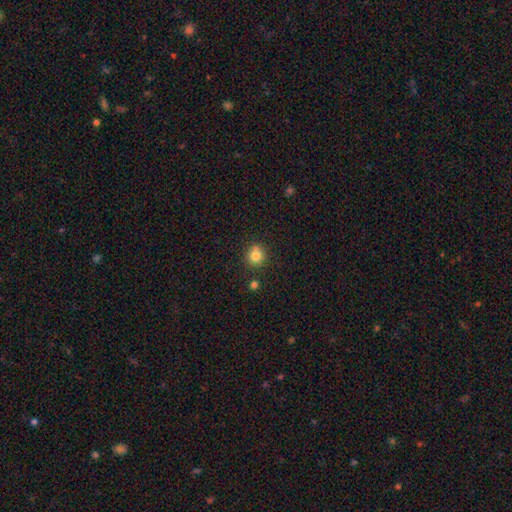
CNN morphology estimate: Smooth or featured: smooth — 80% (star or artifact — 12%)
How rounded: round — 87% (in between — 12%)
Merging: none — 75% (minor disturbance — 13%)